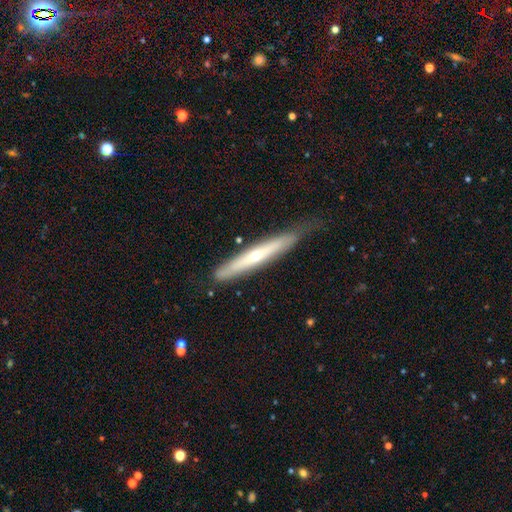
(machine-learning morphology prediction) A featured or disk galaxy (56%) viewed edge-on (86%). Merging: none (69%).